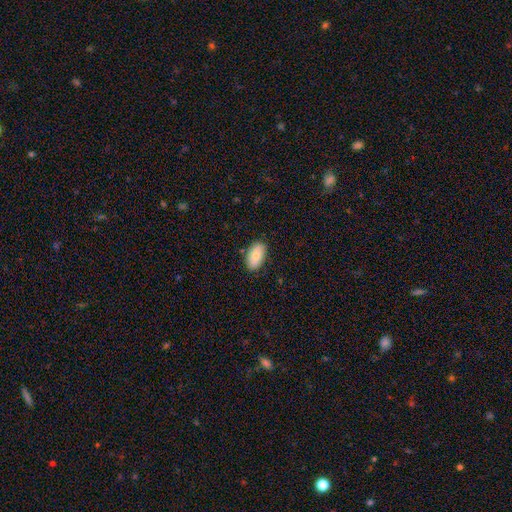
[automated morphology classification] smooth-or-featured: smooth: 82% | featured or disk: 12% | star or artifact: 7%
  how-rounded: in between: 94% | round: 4% | cigar-shaped: 3%
  merging: none: 84% | minor disturbance: 12% | major disturbance: 2% | merger: 1%